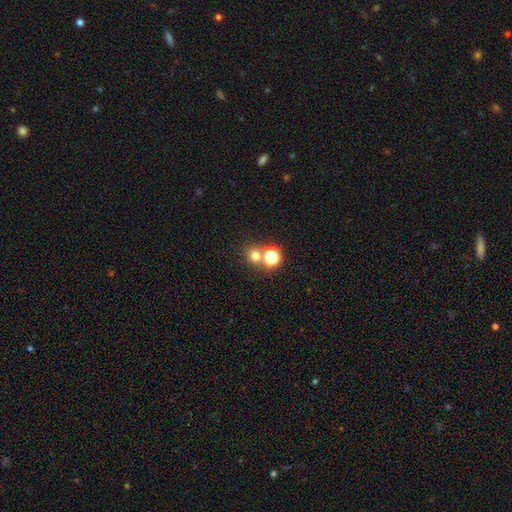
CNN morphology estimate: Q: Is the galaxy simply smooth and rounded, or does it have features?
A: smooth — 68%.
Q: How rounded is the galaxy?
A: round — 87%.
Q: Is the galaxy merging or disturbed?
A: none — 65%.